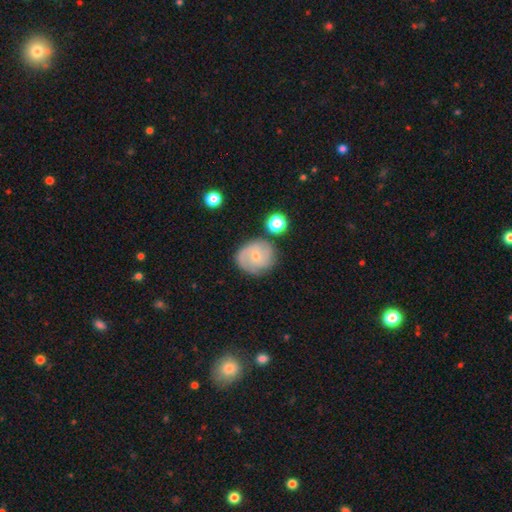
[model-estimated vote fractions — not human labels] Q: Smooth or featured?
A: featured or disk (61%); runner-up: smooth (31%)
Q: Edge-on disk?
A: no (97%); runner-up: yes (3%)
Q: Bar?
A: no (70%); runner-up: weak (27%)
Q: Spiral arms?
A: yes (89%); runner-up: no (11%)
Q: Spiral winding?
A: tight (48%); runner-up: medium (38%)
Q: Spiral arm count?
A: 2 (37%); runner-up: can't tell (25%)
Q: Bulge size?
A: small (69%); runner-up: moderate (26%)
Q: Merging?
A: none (72%); runner-up: minor disturbance (17%)